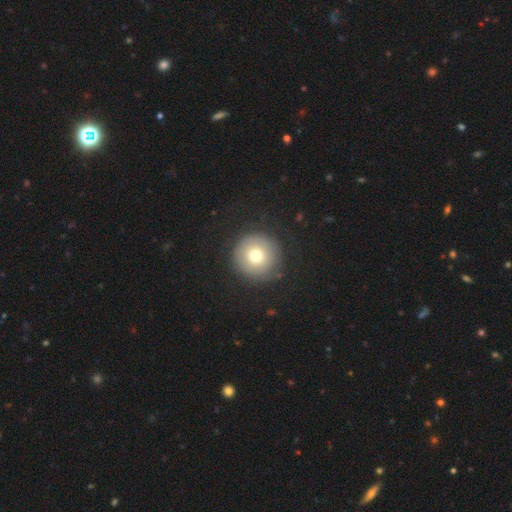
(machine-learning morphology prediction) smooth 69%, featured or disk 21%, star or artifact 10%. Down the decision tree: how rounded — round (96%); merging — none (82%).